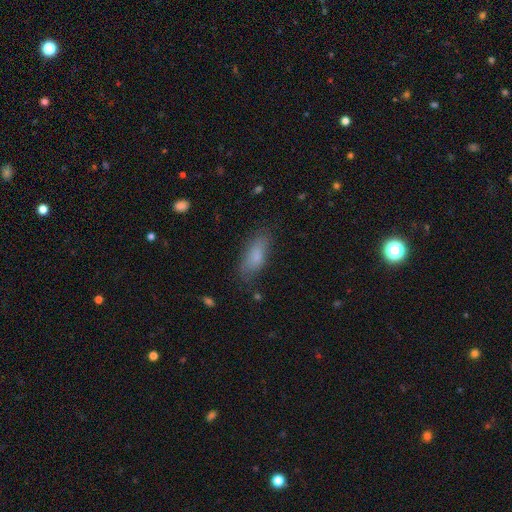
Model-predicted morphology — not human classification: A smooth galaxy with no disk features (81%) that is in between round and cigar-shaped (71%). Merging: none (76%).